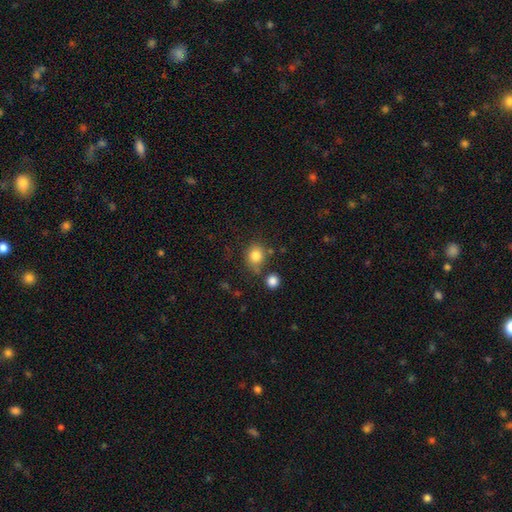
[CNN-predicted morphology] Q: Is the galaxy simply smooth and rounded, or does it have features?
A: smooth — 82%.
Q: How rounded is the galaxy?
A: round — 73%.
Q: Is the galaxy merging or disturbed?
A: none — 69%.